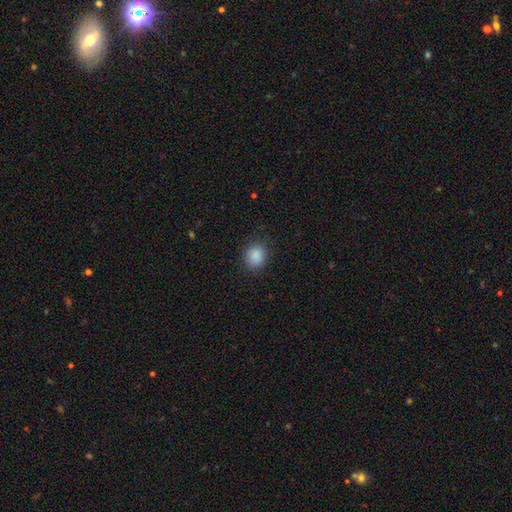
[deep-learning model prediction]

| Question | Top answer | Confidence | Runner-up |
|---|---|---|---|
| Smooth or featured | smooth | 88% | star or artifact (9%) |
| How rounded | round | 62% | in between (37%) |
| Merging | none | 87% | minor disturbance (10%) |